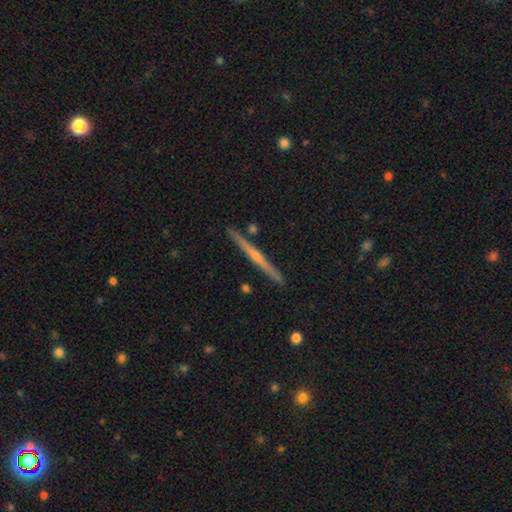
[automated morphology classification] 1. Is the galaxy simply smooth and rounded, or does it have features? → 74% featured or disk, 20% smooth, 6% star or artifact.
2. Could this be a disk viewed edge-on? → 98% yes, 2% no.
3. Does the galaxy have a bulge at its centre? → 65% rounded, 29% none, 6% boxy.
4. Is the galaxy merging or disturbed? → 90% none, 6% minor disturbance, 2% merger, 1% major disturbance.